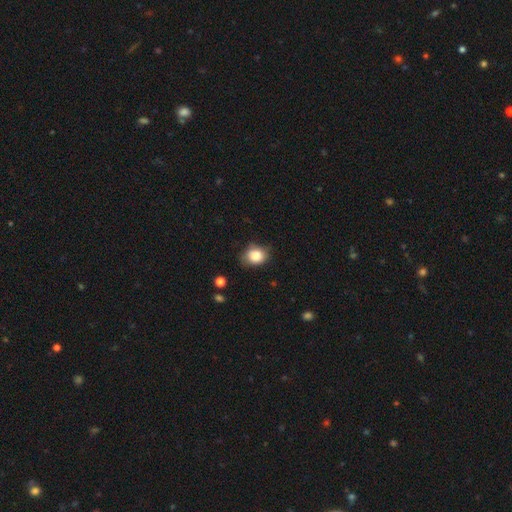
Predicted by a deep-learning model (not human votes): This is clearly a smooth galaxy (84%). How rounded: possibly round (51%). Merging: likely none (64%).